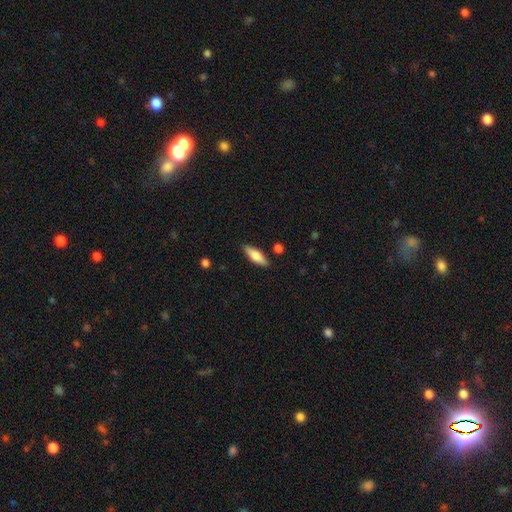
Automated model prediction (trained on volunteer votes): A smooth galaxy with no disk features (71%) that is in between round and cigar-shaped (51%).

Vote fractions:
- Smooth or featured? smooth: 71% / featured or disk: 23% / star or artifact: 6%
- How rounded? in between: 51% / cigar-shaped: 47% / round: 2%
- Merging? none: 85% / minor disturbance: 10% / merger: 2% / major disturbance: 2%